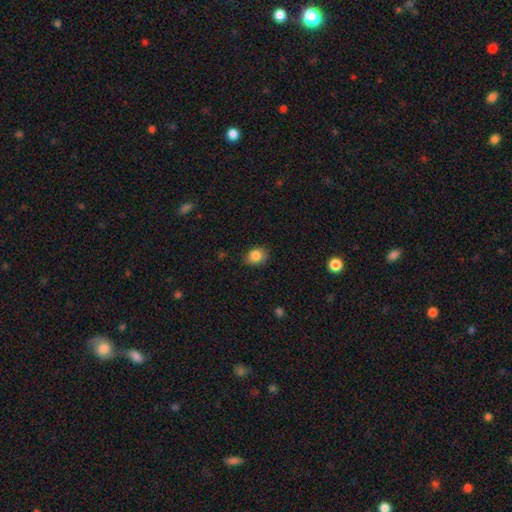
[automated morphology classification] Q: Smooth or featured?
A: smooth (84%); runner-up: star or artifact (9%)
Q: How rounded?
A: in between (51%); runner-up: round (48%)
Q: Merging?
A: none (81%); runner-up: minor disturbance (15%)